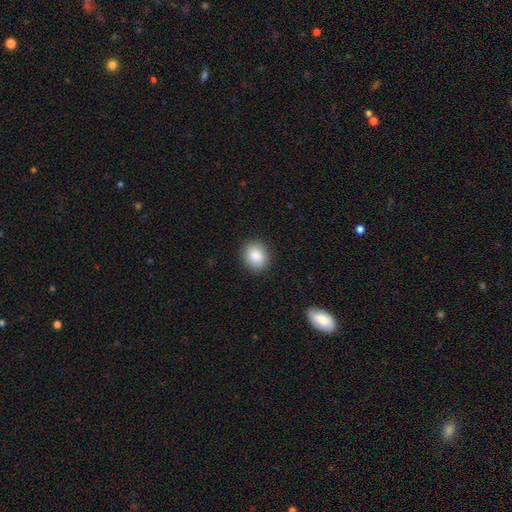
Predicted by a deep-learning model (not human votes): A smooth galaxy with no disk features (87%) that is round (71%).

Vote fractions:
- Smooth or featured? smooth: 87% / star or artifact: 8% / featured or disk: 5%
- How rounded? round: 71% / in between: 28% / cigar-shaped: 1%
- Merging? none: 90% / minor disturbance: 7% / major disturbance: 2% / merger: 1%